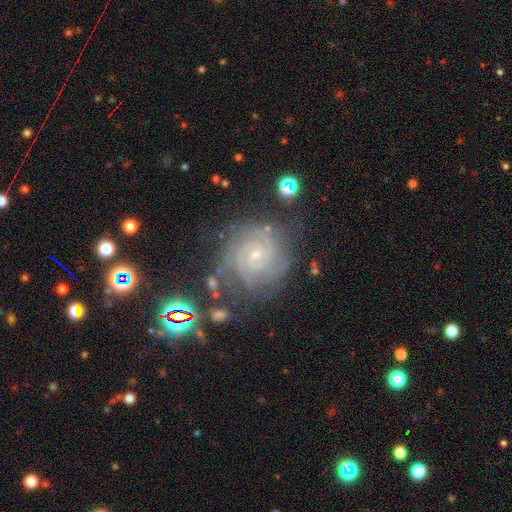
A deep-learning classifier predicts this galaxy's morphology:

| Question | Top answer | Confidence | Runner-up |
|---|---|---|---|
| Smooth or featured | featured or disk | 83% | star or artifact (10%) |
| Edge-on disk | no | 98% | yes (2%) |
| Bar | no | 57% | weak (34%) |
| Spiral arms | yes | 97% | no (3%) |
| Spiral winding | tight | 77% | medium (20%) |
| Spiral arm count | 2 | 26% | tied: can't tell (26%) |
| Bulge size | small | 77% | moderate (18%) |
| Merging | none | 71% | minor disturbance (18%) |